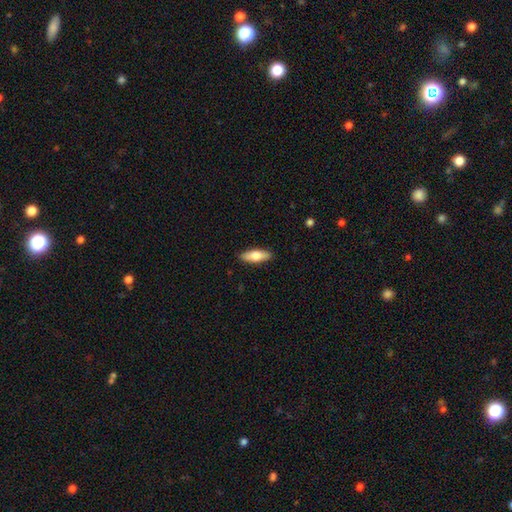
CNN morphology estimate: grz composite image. It shows a smooth galaxy with no disk features (67%) that is in between round and cigar-shaped (59%). Merging: none (89%).